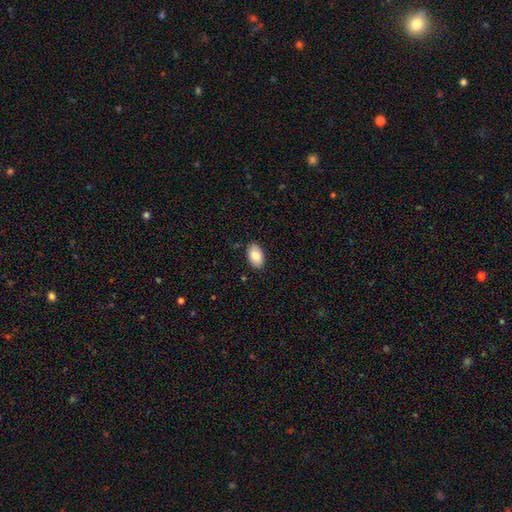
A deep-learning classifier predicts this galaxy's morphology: Smooth or featured? Predicted: smooth (p=0.83). How rounded? Predicted: in between (p=0.92). Merging? Predicted: none (p=0.88).